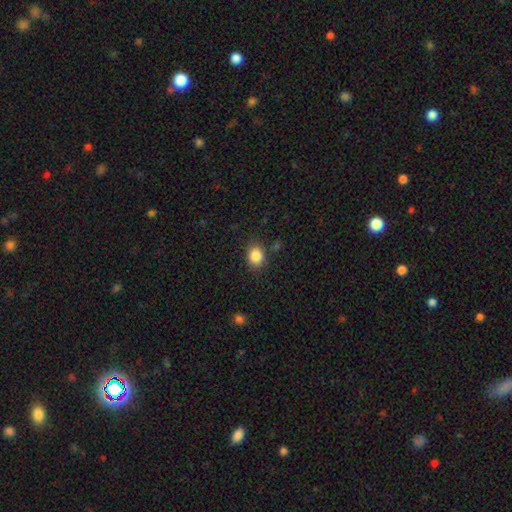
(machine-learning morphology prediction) Overall: smooth (86%). How rounded: round (51%; in between 48%). Merging: none (82%).